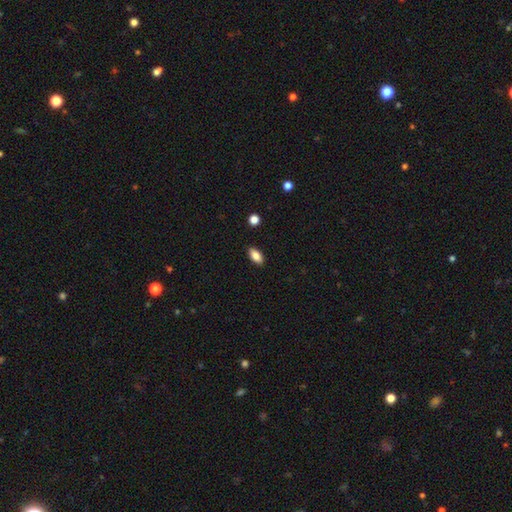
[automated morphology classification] Smooth or featured? smooth (85%)
How rounded? in between (90%)
Merging? none (89%)